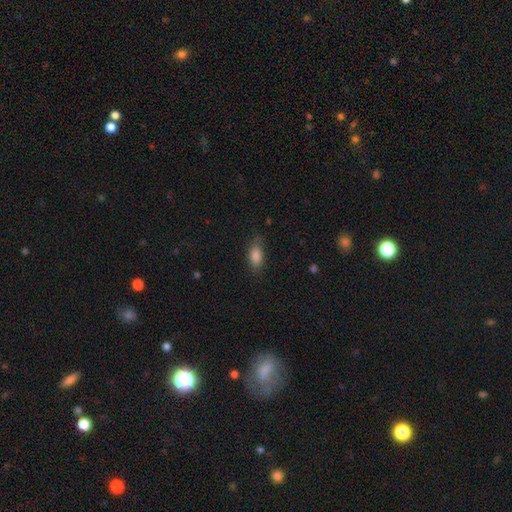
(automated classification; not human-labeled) Smooth or featured?
  - smooth: 83% *
  - featured or disk: 8%
  - star or artifact: 8%
How rounded?
  - in between: 84% *
  - cigar-shaped: 12%
  - round: 4%
Merging?
  - none: 75% *
  - minor disturbance: 19%
  - major disturbance: 5%
  - merger: 1%